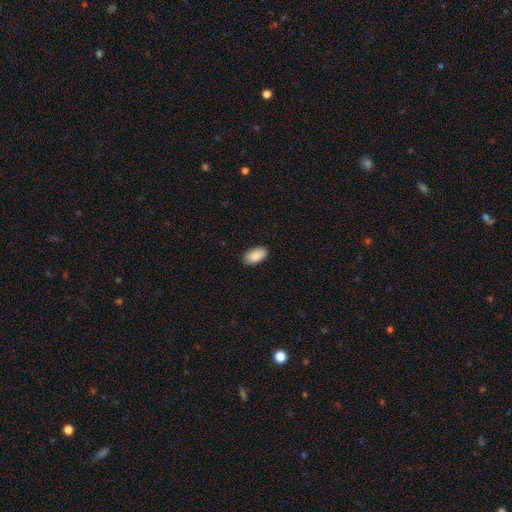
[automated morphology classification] Smooth or featured? smooth (90%)
How rounded? in between (95%)
Merging? none (88%)